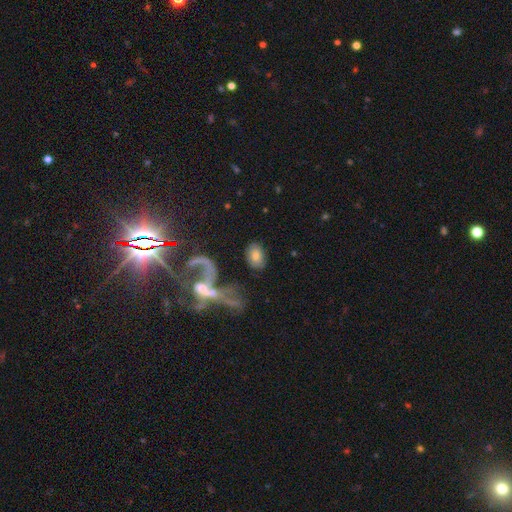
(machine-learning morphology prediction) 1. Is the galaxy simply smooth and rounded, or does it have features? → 63% smooth, 27% featured or disk, 9% star or artifact.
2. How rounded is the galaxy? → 83% in between, 15% round, 2% cigar-shaped.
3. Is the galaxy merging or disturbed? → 69% none, 13% minor disturbance, 10% major disturbance, 8% merger.